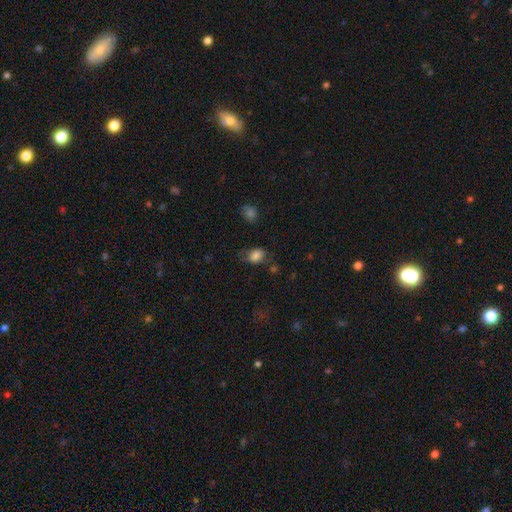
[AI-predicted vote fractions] The model was most divided on "merging": none: 56%, minor disturbance: 29%, major disturbance: 12%, merger: 4%. More confident: smooth or featured — smooth (82%); how rounded — in between (71%).